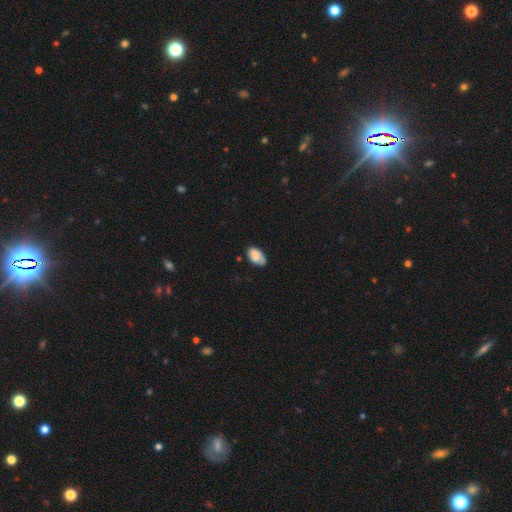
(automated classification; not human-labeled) Smooth or featured? Predicted: smooth (p=0.76). How rounded? Predicted: in between (p=0.93). Merging? Predicted: none (p=0.56).